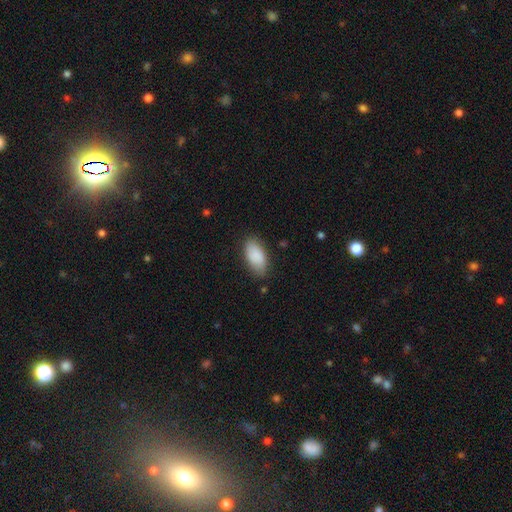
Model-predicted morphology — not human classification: A smooth galaxy with no disk features (89%) that is in between round and cigar-shaped (92%).

Vote fractions:
- Smooth or featured? smooth: 89% / star or artifact: 6% / featured or disk: 5%
- How rounded? in between: 92% / cigar-shaped: 5% / round: 2%
- Merging? none: 80% / minor disturbance: 15% / major disturbance: 3% / merger: 1%